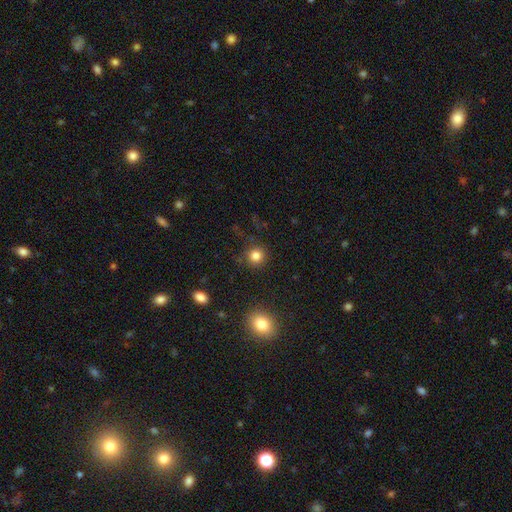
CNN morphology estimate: This appears to be a smooth galaxy with no disk features (83%) that is round (92%). Merging: none (88%).